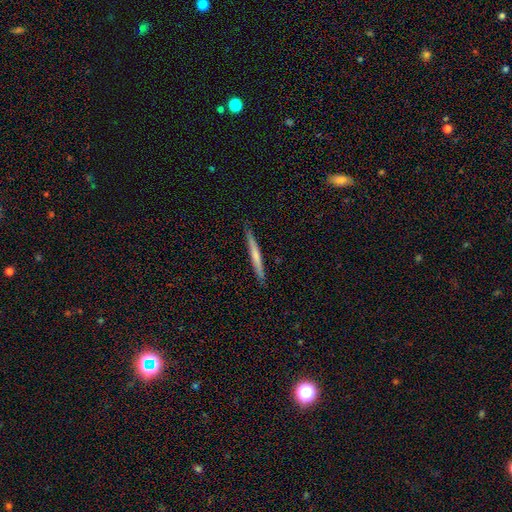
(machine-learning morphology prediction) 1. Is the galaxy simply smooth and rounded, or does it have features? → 54% smooth, 40% featured or disk, 6% star or artifact.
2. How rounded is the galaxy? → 97% cigar-shaped, 2% in between, 1% round.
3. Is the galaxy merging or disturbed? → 90% none, 7% minor disturbance, 1% major disturbance, 1% merger.